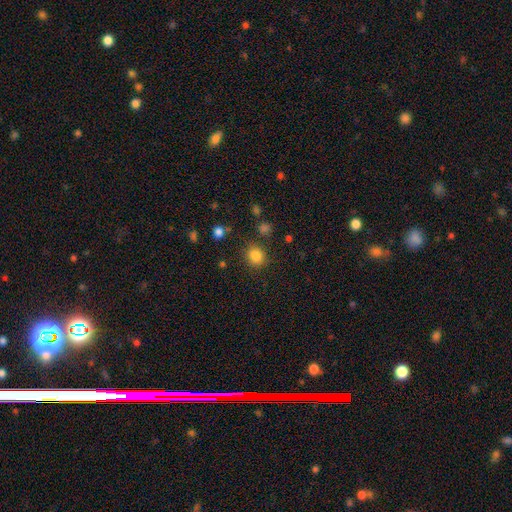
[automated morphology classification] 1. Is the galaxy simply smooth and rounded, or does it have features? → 84% smooth, 12% star or artifact, 5% featured or disk.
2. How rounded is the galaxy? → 81% round, 18% in between, 1% cigar-shaped.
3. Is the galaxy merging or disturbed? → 83% none, 10% minor disturbance, 4% major disturbance, 3% merger.